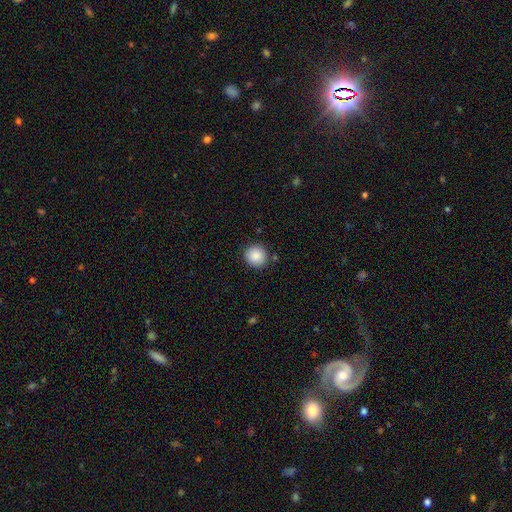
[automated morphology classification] smooth_or_featured: smooth (p=0.88) [alt: star or artifact p=0.08]
how_rounded: round (p=0.91) [alt: in between p=0.08]
merging: none (p=0.88) [alt: minor disturbance p=0.08]